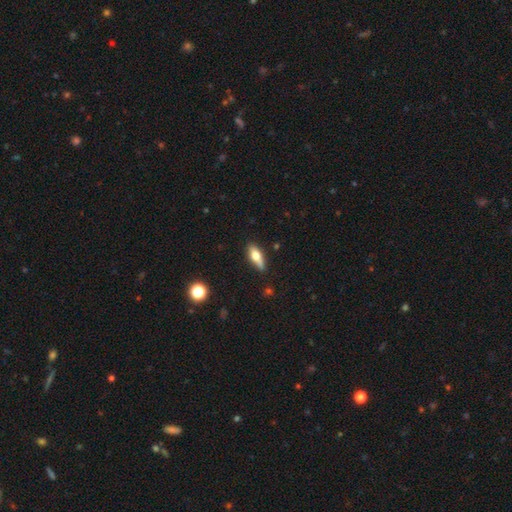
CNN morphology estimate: A smooth galaxy with no disk features (61%) that is in between round and cigar-shaped (63%). Merging: none (80%).